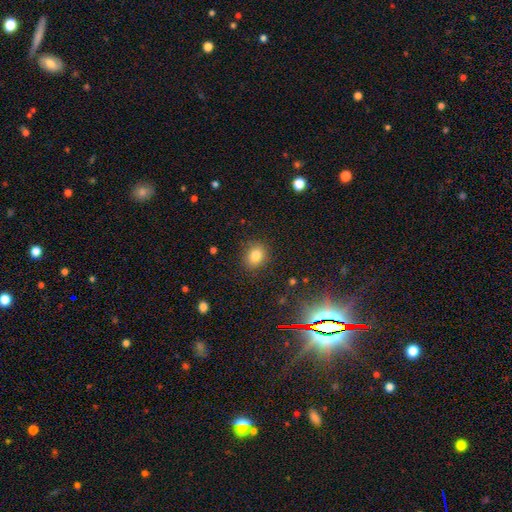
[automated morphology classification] Overall: smooth (81%). How rounded: round (60%; in between 39%). Merging: none (86%).